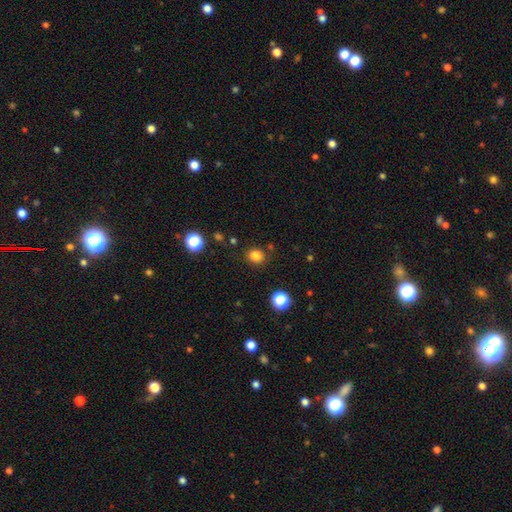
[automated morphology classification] smooth_or_featured: smooth (p=0.82) [alt: star or artifact p=0.13]
how_rounded: round (p=0.68) [alt: in between p=0.32]
merging: none (p=0.85) [alt: minor disturbance p=0.09]